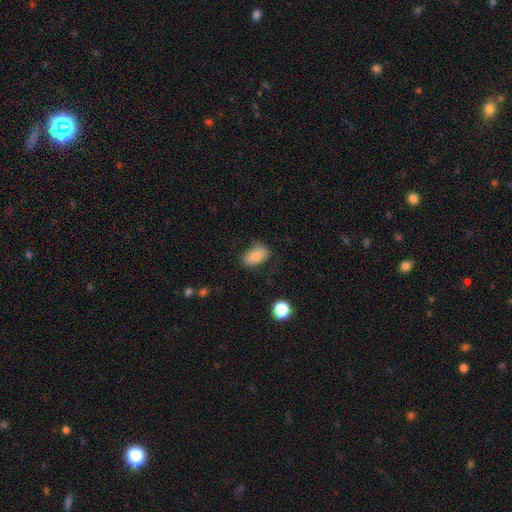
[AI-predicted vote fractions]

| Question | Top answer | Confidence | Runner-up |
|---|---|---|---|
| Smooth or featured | smooth | 78% | featured or disk (14%) |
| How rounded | in between | 88% | round (10%) |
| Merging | none | 64% | minor disturbance (26%) |